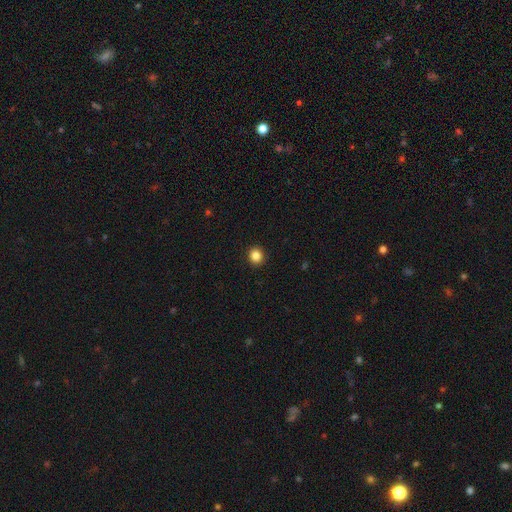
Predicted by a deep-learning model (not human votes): Morphology: type=smooth (85%); roundness=round (90%); merging=none (93%).